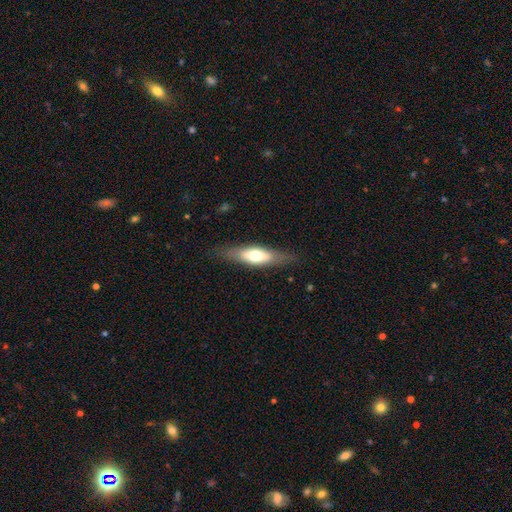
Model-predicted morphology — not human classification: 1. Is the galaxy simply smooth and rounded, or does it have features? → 53% smooth, 41% featured or disk, 6% star or artifact.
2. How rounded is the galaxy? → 50% cigar-shaped, 48% in between, 2% round.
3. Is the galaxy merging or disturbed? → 80% none, 14% minor disturbance, 4% major disturbance, 1% merger.